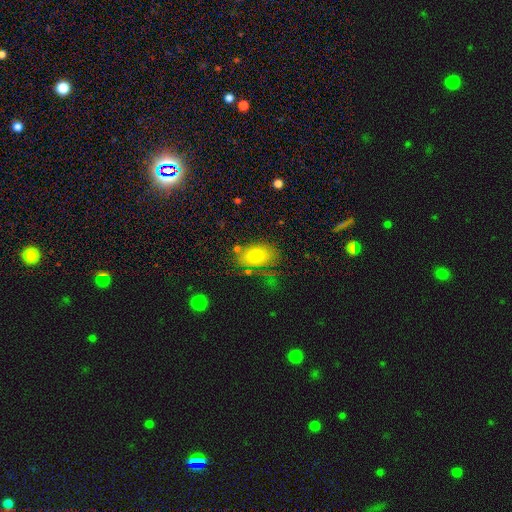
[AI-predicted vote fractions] Q: Smooth or featured?
A: smooth (75%); runner-up: featured or disk (15%)
Q: How rounded?
A: in between (87%); runner-up: round (11%)
Q: Merging?
A: none (65%); runner-up: minor disturbance (19%)